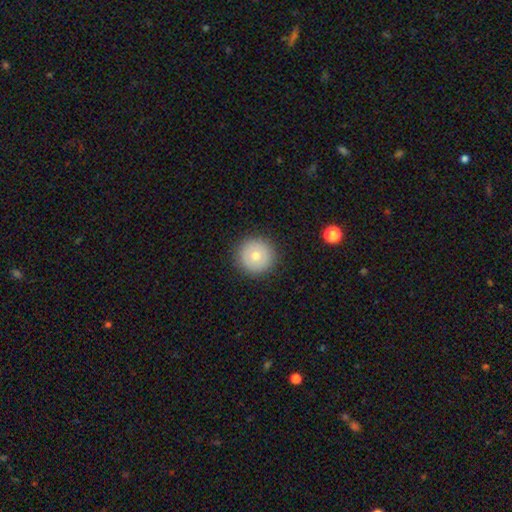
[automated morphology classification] This appears to be a smooth galaxy with no disk features (70%) that is round (96%). Merging: none (91%).